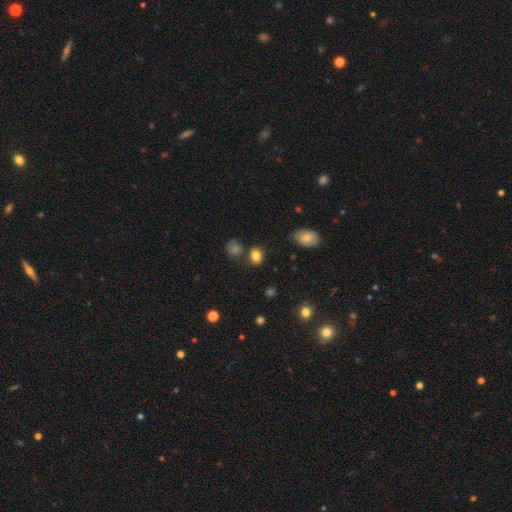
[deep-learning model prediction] smooth_or_featured: smooth (p=0.83) [alt: star or artifact p=0.11]
how_rounded: in between (p=0.59) [alt: round p=0.40]
merging: none (p=0.75) [alt: minor disturbance p=0.13]